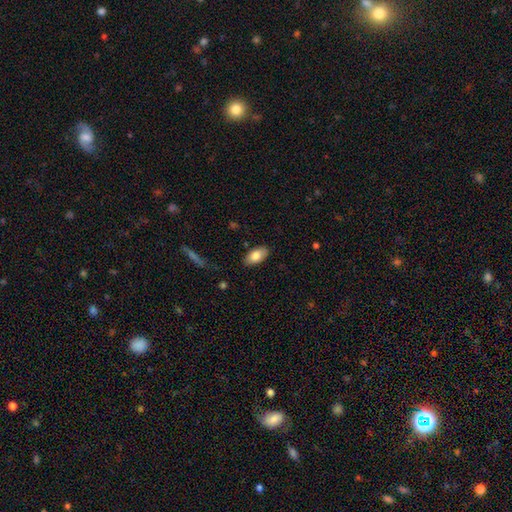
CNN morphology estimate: A smooth galaxy with no disk features (81%) that is in between round and cigar-shaped (94%).

Vote fractions:
- Smooth or featured? smooth: 81% / featured or disk: 13% / star or artifact: 7%
- How rounded? in between: 94% / round: 3% / cigar-shaped: 3%
- Merging? none: 86% / minor disturbance: 10% / major disturbance: 2% / merger: 1%